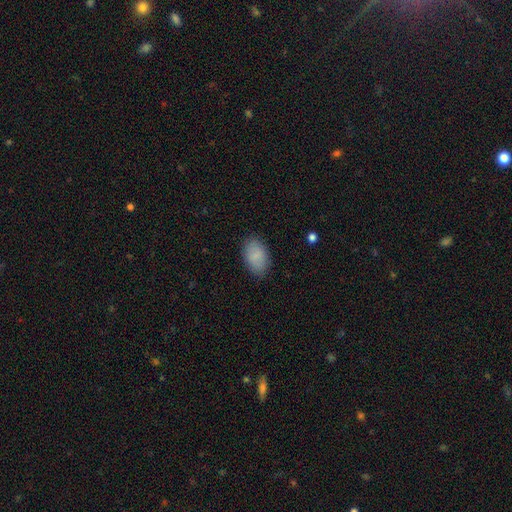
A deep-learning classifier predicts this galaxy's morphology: Q: Smooth or featured?
A: smooth (86%); runner-up: star or artifact (7%)
Q: How rounded?
A: in between (91%); runner-up: round (8%)
Q: Merging?
A: none (84%); runner-up: minor disturbance (12%)